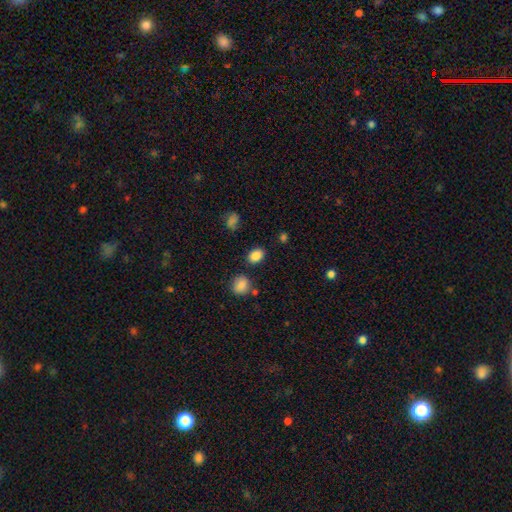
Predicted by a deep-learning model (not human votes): smooth-or-featured: smooth: 85% | star or artifact: 10% | featured or disk: 4%
  how-rounded: in between: 69% | round: 29% | cigar-shaped: 1%
  merging: none: 82% | minor disturbance: 11% | merger: 4% | major disturbance: 3%